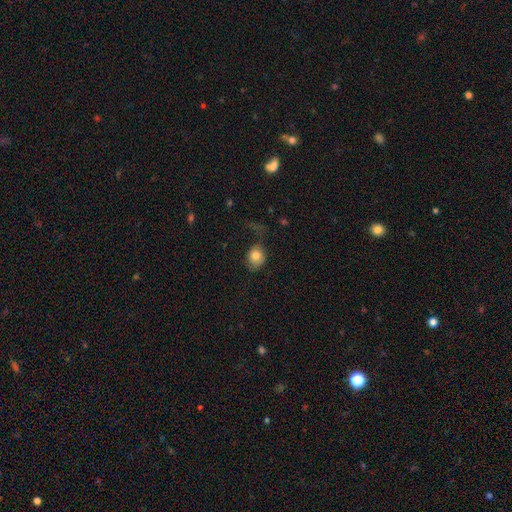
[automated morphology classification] A smooth galaxy with no disk features (78%) that is round (60%).

Vote fractions:
- Smooth or featured? smooth: 78% / featured or disk: 13% / star or artifact: 9%
- How rounded? round: 60% / in between: 38% / cigar-shaped: 1%
- Merging? none: 44% / major disturbance: 27% / minor disturbance: 26% / merger: 3%